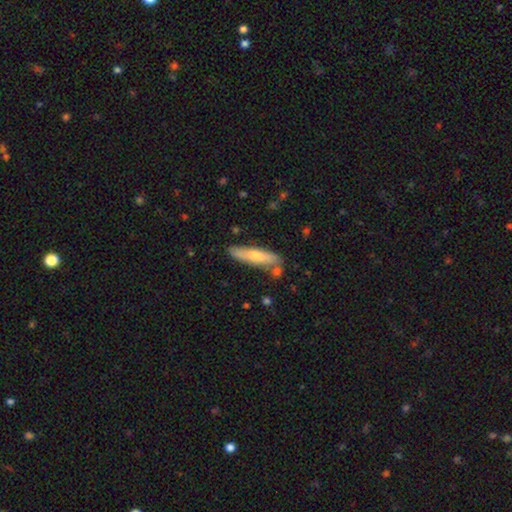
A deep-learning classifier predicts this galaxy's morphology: The model was most divided on "smooth or featured": smooth: 58%, featured or disk: 37%, star or artifact: 6%. More confident: how rounded — cigar-shaped (83%); merging — none (80%).